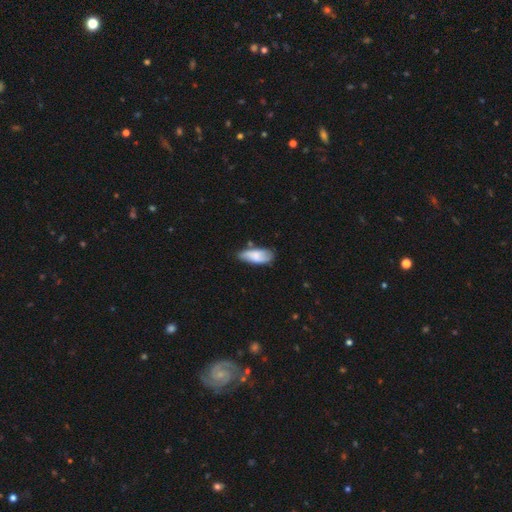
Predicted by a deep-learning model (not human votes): A smooth galaxy with no disk features (70%) that is in between round and cigar-shaped (79%).

Vote fractions:
- Smooth or featured? smooth: 70% / featured or disk: 23% / star or artifact: 7%
- How rounded? in between: 79% / cigar-shaped: 19% / round: 2%
- Merging? none: 56% / minor disturbance: 32% / major disturbance: 7% / merger: 5%